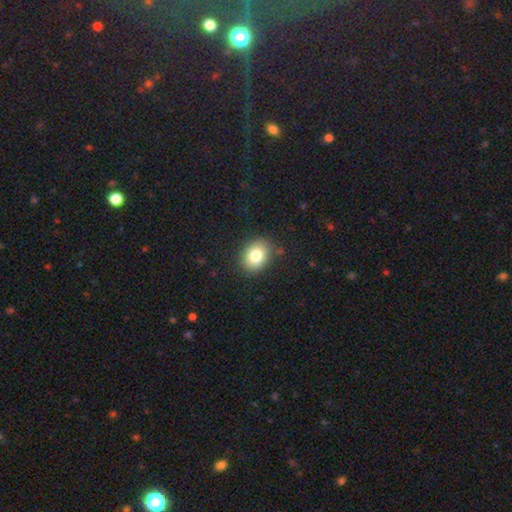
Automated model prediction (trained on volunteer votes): A smooth galaxy with no disk features (80%) that is in between round and cigar-shaped (54%). Merging: none (86%).